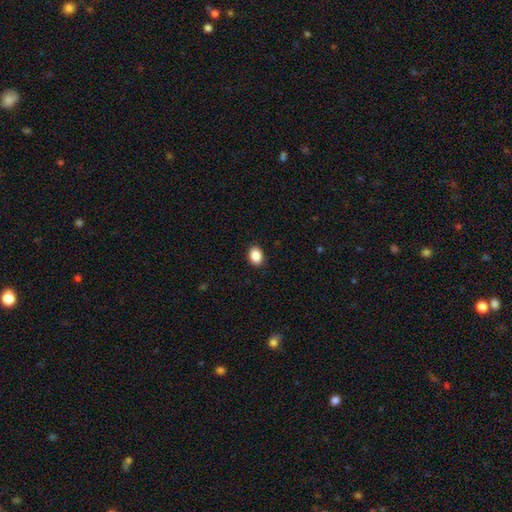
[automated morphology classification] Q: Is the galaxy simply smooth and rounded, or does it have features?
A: smooth — 89%.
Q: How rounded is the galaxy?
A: in between — 72%.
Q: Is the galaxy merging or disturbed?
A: none — 90%.